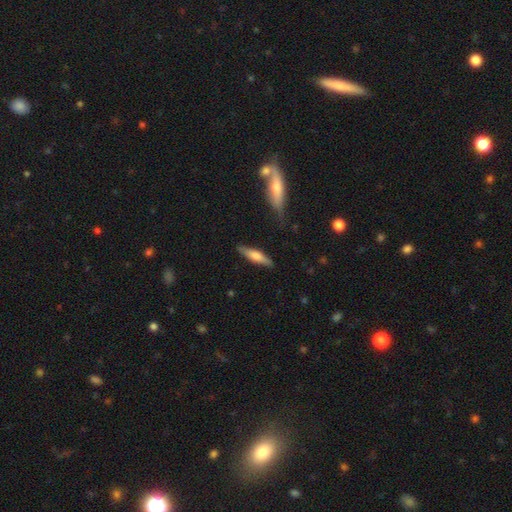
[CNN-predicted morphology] A smooth galaxy with no disk features (56%) that is cigar-shaped (73%). Merging: none (83%).